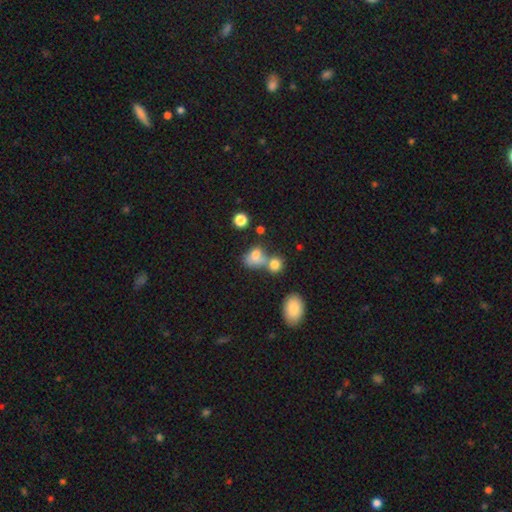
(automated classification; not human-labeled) Smooth or featured? Predicted: smooth (p=0.75). How rounded? Predicted: in between (p=0.60). Merging? Predicted: merger (p=0.47).